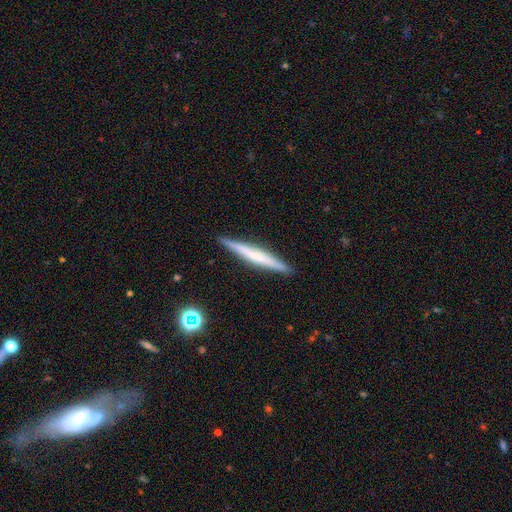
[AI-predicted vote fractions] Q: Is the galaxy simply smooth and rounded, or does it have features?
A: featured or disk — 51%.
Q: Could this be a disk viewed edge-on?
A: yes — 97%.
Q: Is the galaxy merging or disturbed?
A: none — 90%.